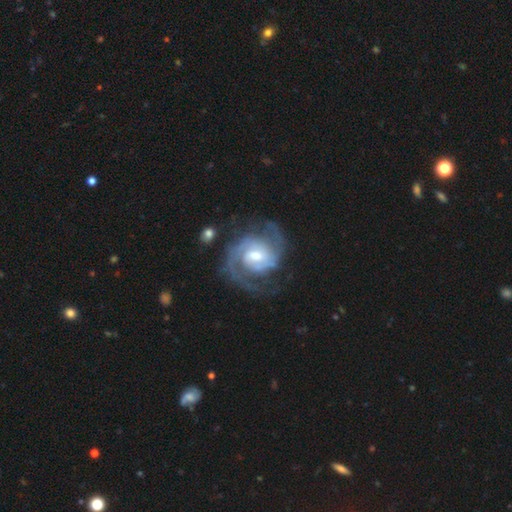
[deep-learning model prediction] smooth_or_featured: featured or disk (p=0.91) [alt: smooth p=0.05]
disk_edge_on: no (p=0.98) [alt: yes p=0.02]
bar: weak (p=0.52) [alt: no p=0.33]
has_spiral_arms: yes (p=0.98) [alt: no p=0.02]
spiral_winding: medium (p=0.46) [alt: tight p=0.44]
spiral_arm_count: 2 (p=0.72) [alt: 3 p=0.12]
bulge_size: moderate (p=0.63) [alt: small p=0.27]
merging: none (p=0.71) [alt: minor disturbance p=0.16]